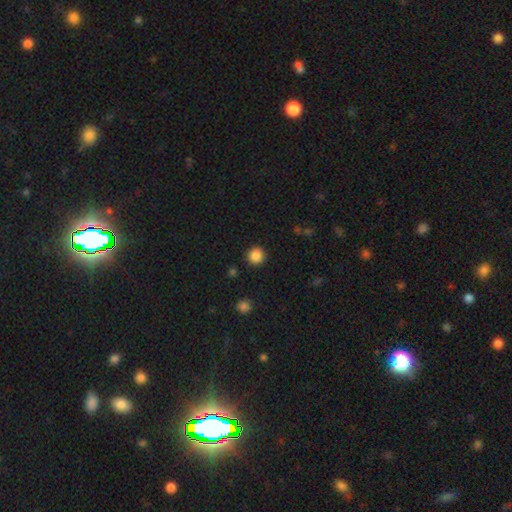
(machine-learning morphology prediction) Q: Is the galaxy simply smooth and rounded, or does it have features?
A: smooth — 86%.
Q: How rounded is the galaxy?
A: round — 95%.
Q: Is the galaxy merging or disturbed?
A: none — 92%.